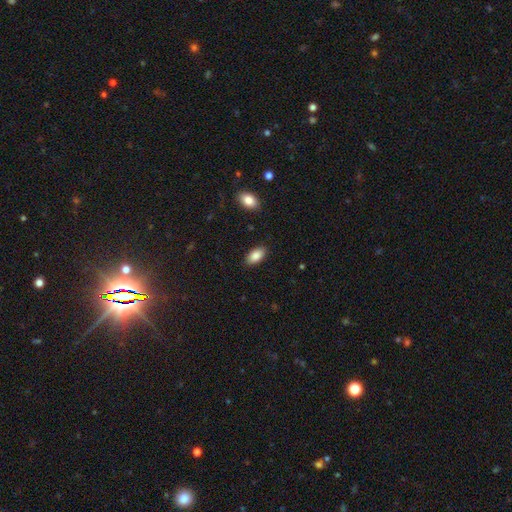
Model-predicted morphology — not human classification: The model was most divided on "merging": none: 88%, minor disturbance: 9%, major disturbance: 2%, merger: 1%. More confident: how rounded — in between (93%); smooth or featured — smooth (87%).